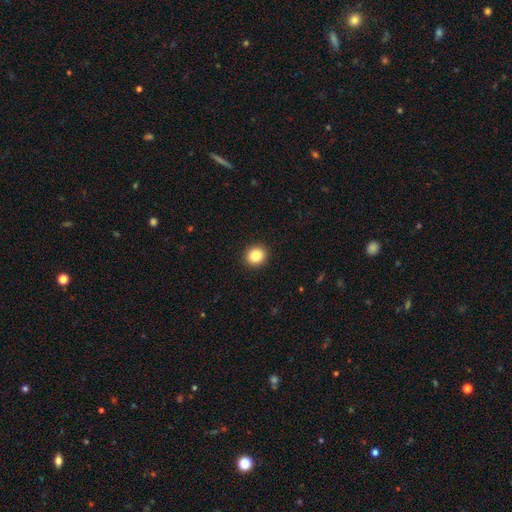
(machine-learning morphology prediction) A smooth galaxy with no disk features (85%) that is round (86%).

Vote fractions:
- Smooth or featured? smooth: 85% / star or artifact: 10% / featured or disk: 5%
- How rounded? round: 86% / in between: 13% / cigar-shaped: 1%
- Merging? none: 93% / minor disturbance: 5% / major disturbance: 2% / merger: 1%